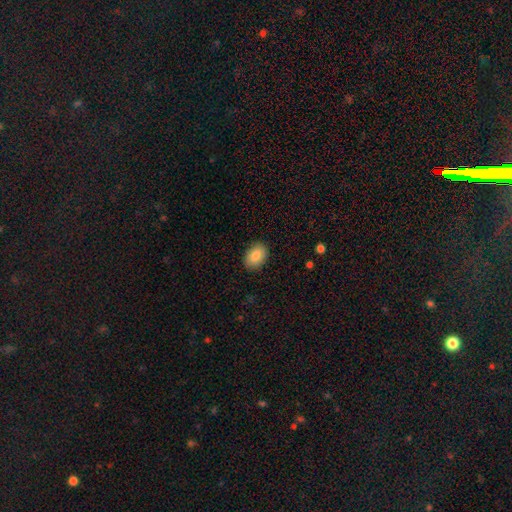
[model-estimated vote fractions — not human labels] Overall: smooth (87%). How rounded: in between (81%). Merging: none (88%).